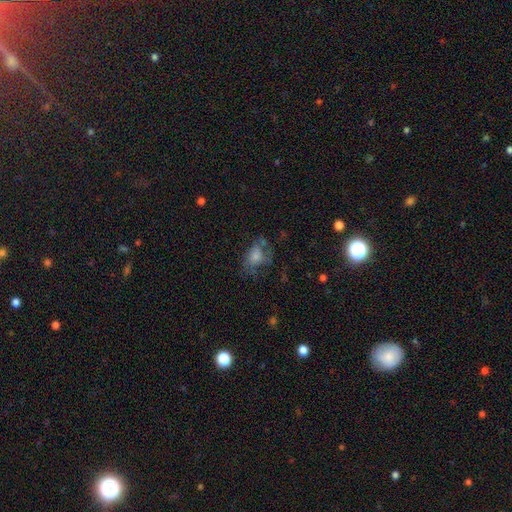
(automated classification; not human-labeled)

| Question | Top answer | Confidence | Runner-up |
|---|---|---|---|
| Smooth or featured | smooth | 44% | featured or disk (35%) |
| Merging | none | 50% | major disturbance (24%) |